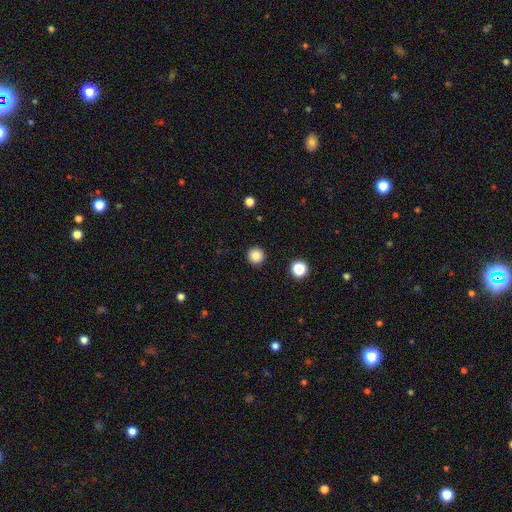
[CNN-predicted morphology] Smooth or featured? smooth (86%)
How rounded? round (96%)
Merging? none (93%)